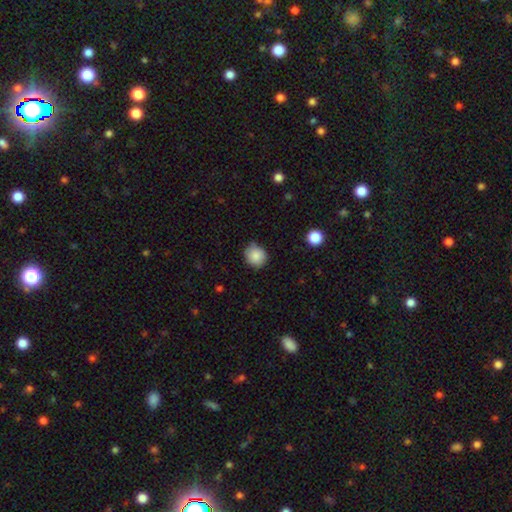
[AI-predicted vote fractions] Smooth or featured: smooth — 86% (star or artifact — 8%)
How rounded: round — 85% (in between — 14%)
Merging: none — 80% (minor disturbance — 16%)